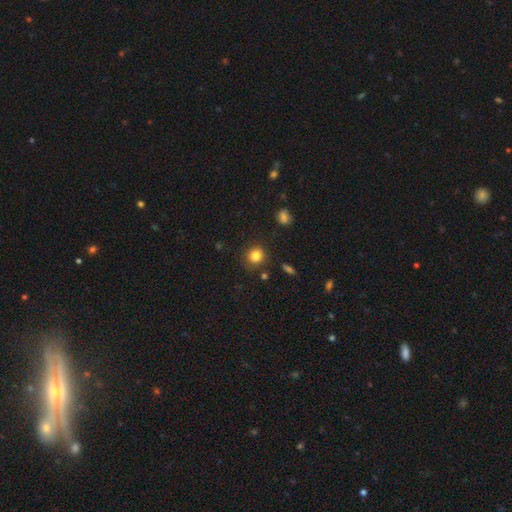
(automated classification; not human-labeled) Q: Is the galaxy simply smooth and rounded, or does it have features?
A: smooth — 83%.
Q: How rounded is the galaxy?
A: round — 88%.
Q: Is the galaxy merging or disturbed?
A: none — 86%.